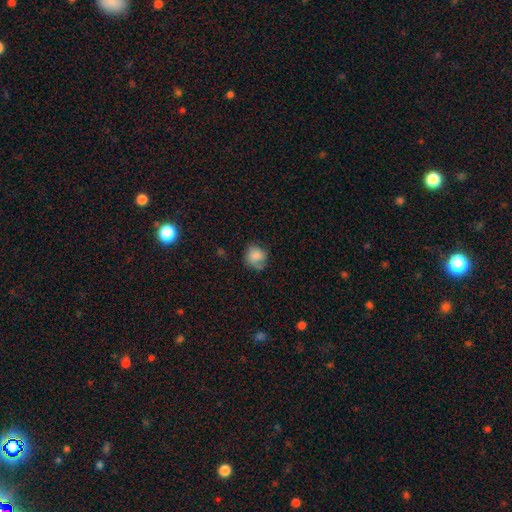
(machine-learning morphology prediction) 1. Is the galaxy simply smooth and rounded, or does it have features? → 77% smooth, 15% featured or disk, 9% star or artifact.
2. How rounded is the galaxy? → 76% round, 24% in between, 1% cigar-shaped.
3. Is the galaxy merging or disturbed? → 57% none, 28% minor disturbance, 12% major disturbance, 3% merger.